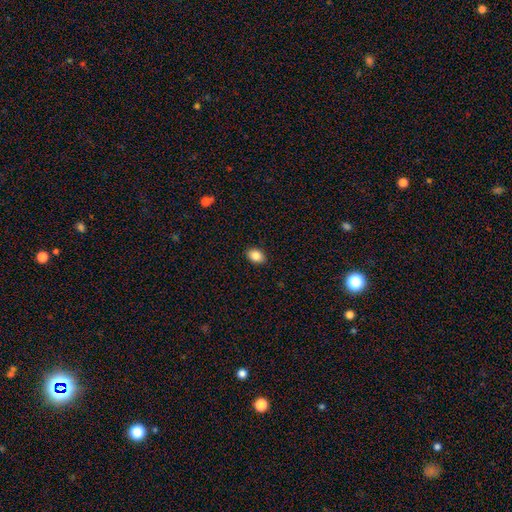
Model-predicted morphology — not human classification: The model was most divided on "how rounded": in between: 76%, round: 23%, cigar-shaped: 1%. More confident: merging — none (89%); smooth or featured — smooth (85%).